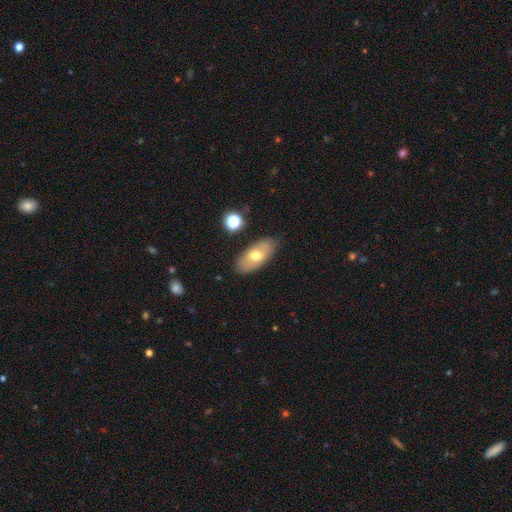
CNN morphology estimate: Smooth or featured?
  - smooth: 60% *
  - featured or disk: 33%
  - star or artifact: 7%
How rounded?
  - in between: 89% *
  - cigar-shaped: 6%
  - round: 4%
Merging?
  - none: 82% *
  - minor disturbance: 13%
  - major disturbance: 3%
  - merger: 2%